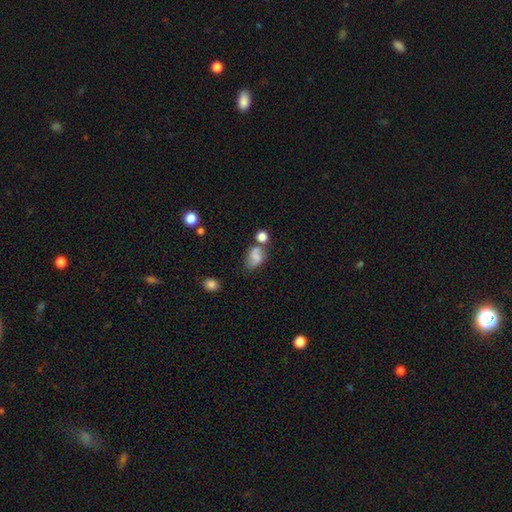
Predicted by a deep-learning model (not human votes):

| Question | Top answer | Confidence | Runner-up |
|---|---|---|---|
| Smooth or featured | smooth | 58% | featured or disk (30%) |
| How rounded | in between | 75% | round (23%) |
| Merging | none | 42% | merger (26%) |